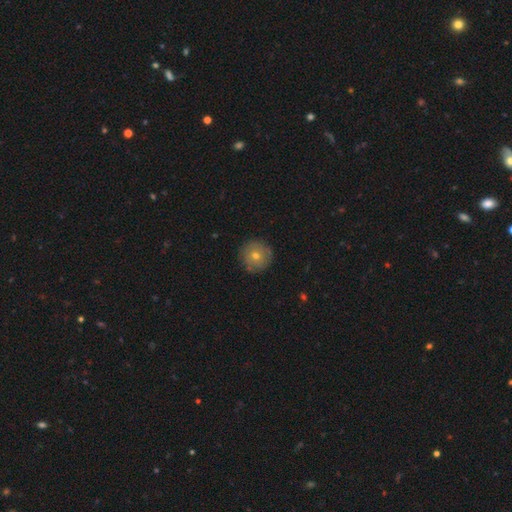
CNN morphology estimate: smooth-or-featured: smooth: 61% | featured or disk: 28% | star or artifact: 11%
  how-rounded: round: 96% | in between: 3% | cigar-shaped: 1%
  merging: none: 88% | minor disturbance: 9% | major disturbance: 2% | merger: 1%